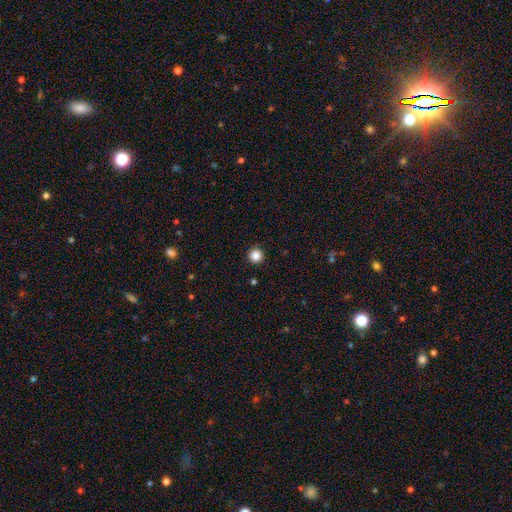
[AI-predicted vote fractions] A smooth galaxy with no disk features (85%) that is round (96%).

Vote fractions:
- Smooth or featured? smooth: 85% / star or artifact: 11% / featured or disk: 3%
- How rounded? round: 96% / in between: 3% / cigar-shaped: 1%
- Merging? none: 93% / minor disturbance: 5% / major disturbance: 2% / merger: 1%